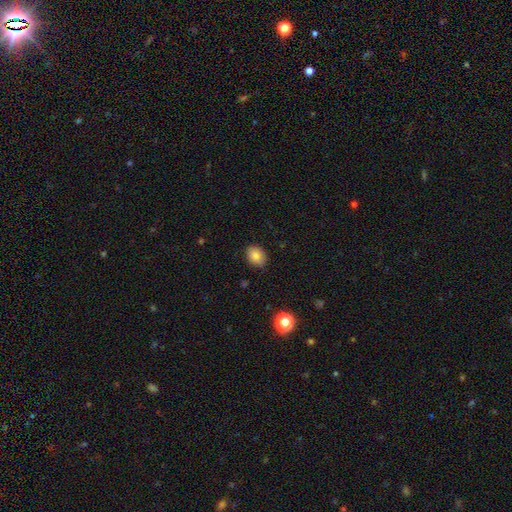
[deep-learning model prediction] smooth-or-featured: smooth: 83% | star or artifact: 10% | featured or disk: 7%
  how-rounded: in between: 59% | round: 40% | cigar-shaped: 1%
  merging: none: 87% | minor disturbance: 10% | major disturbance: 2% | merger: 1%